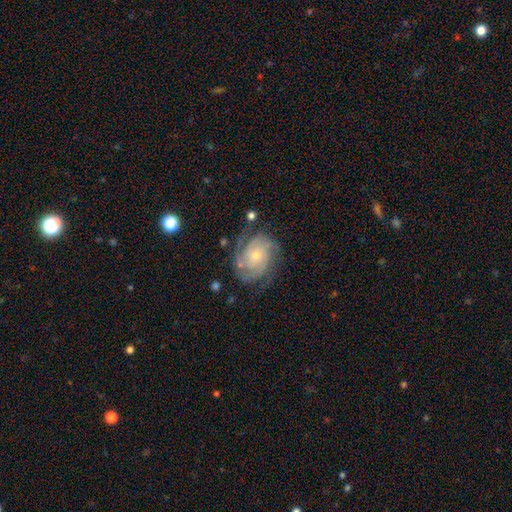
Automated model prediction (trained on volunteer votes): smooth_or_featured: featured or disk (p=0.85) [alt: smooth p=0.09]
disk_edge_on: no (p=0.98) [alt: yes p=0.02]
bar: no (p=0.77) [alt: weak p=0.19]
has_spiral_arms: yes (p=0.96) [alt: no p=0.04]
spiral_winding: tight (p=0.65) [alt: medium p=0.29]
spiral_arm_count: 3 (p=0.31) [alt: can't tell p=0.22]
bulge_size: small (p=0.69) [alt: moderate p=0.27]
merging: none (p=0.73) [alt: minor disturbance p=0.17]